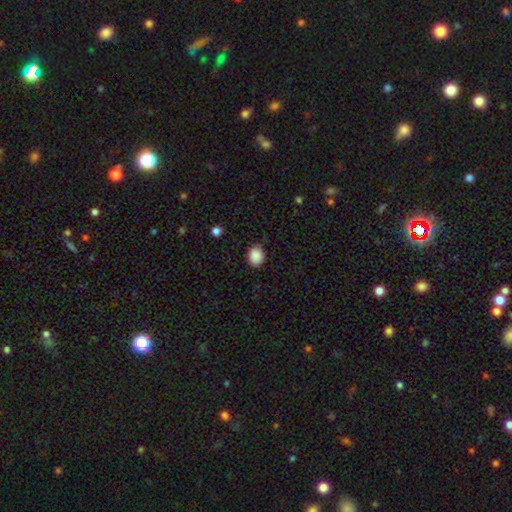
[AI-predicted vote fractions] The model was most divided on "how rounded": round: 57%, in between: 42%, cigar-shaped: 1%. More confident: smooth or featured — smooth (89%); merging — none (83%).